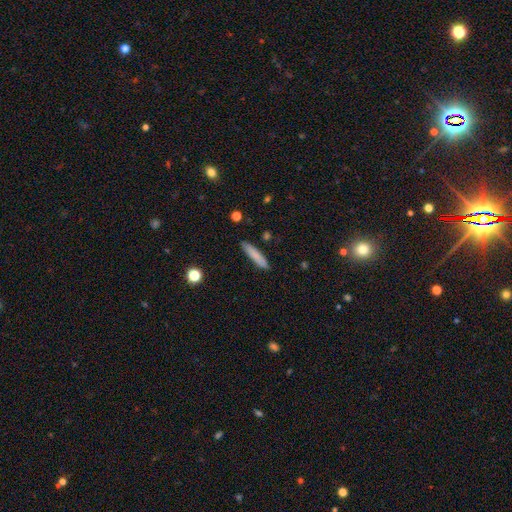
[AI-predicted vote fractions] This is clearly a smooth galaxy (82%). How rounded: clearly cigar-shaped (86%). Merging: clearly none (87%).